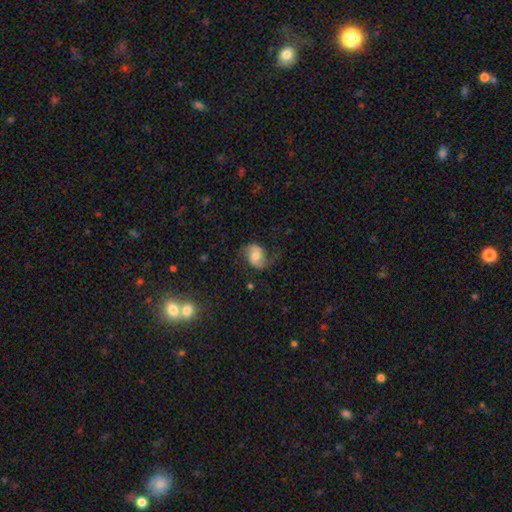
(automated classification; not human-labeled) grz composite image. It shows a featured or disk galaxy (60%) with no bar (56%), 2 (89%) loose (54%) spiral arms (90%) and a moderate central bulge (65%). Merging: none (66%).